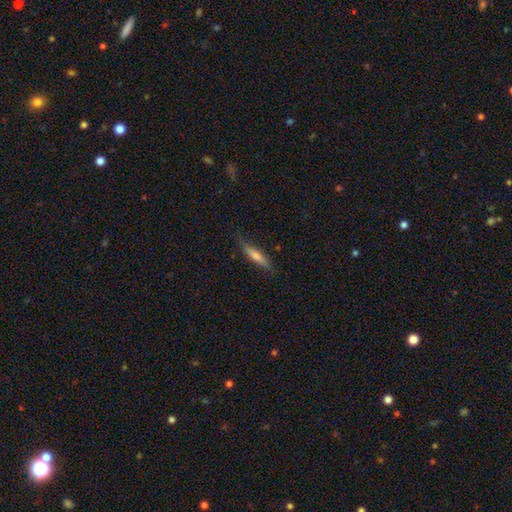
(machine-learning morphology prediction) Overall: smooth (64%; featured or disk 30%). How rounded: cigar-shaped (82%). Merging: none (79%).